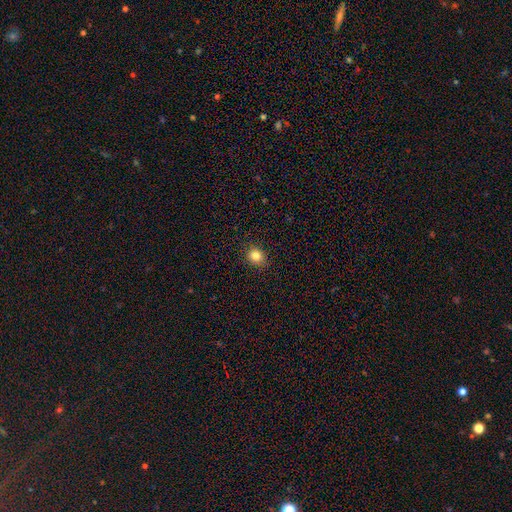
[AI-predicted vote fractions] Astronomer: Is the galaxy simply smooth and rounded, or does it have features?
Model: smooth — 83%.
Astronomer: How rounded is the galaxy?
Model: round — 66%.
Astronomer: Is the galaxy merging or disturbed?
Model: none — 89%.